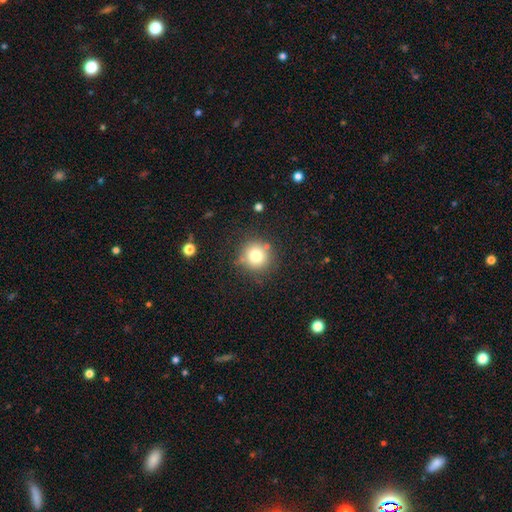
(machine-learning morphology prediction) type=smooth (75%); roundness=round (94%); merging=none (83%).